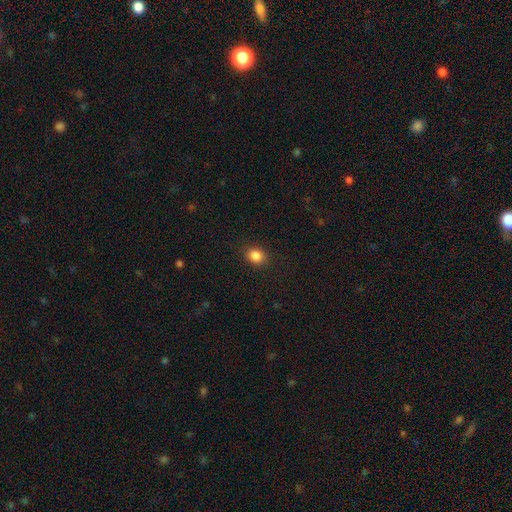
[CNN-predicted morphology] Overall: smooth (86%). How rounded: round (56%; in between 43%). Merging: none (89%).